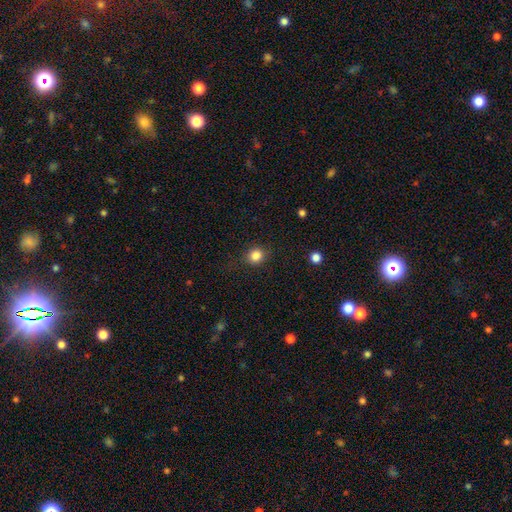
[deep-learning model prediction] This is clearly a smooth galaxy (85%). How rounded: likely round (79%). Merging: clearly none (82%).